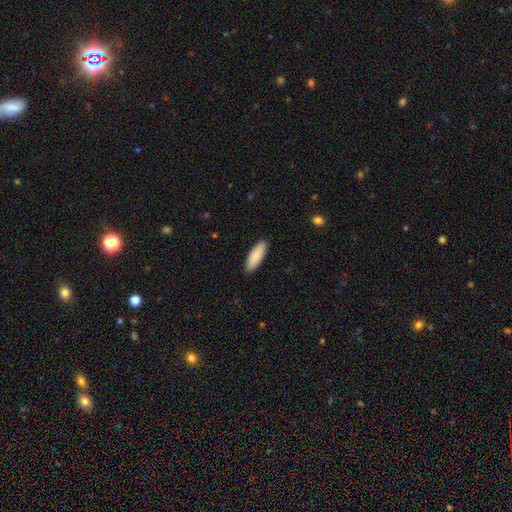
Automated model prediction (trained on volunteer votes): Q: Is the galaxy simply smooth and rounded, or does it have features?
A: smooth — 88%.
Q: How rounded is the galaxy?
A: in between — 59%.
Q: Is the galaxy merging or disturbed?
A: none — 90%.